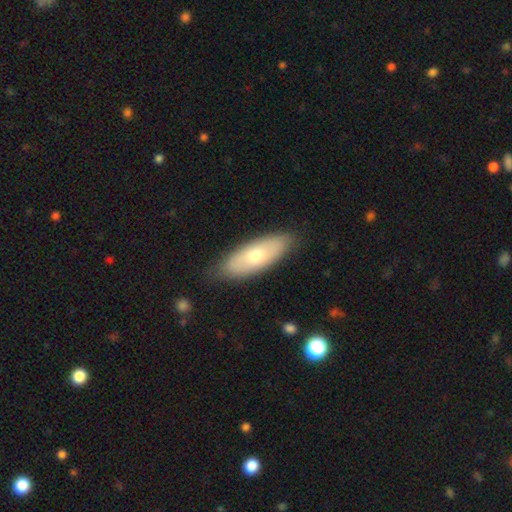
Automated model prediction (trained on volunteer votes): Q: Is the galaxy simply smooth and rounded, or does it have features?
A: smooth — 65%.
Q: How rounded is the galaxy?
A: in between — 74%.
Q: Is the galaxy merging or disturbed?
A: none — 83%.